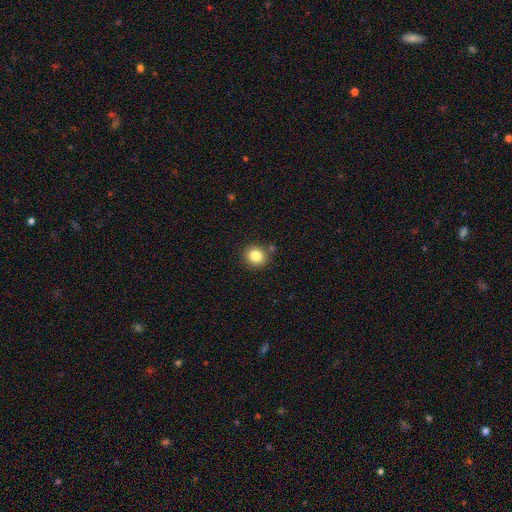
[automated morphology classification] Q: Smooth or featured?
A: smooth (84%); runner-up: star or artifact (10%)
Q: How rounded?
A: round (85%); runner-up: in between (14%)
Q: Merging?
A: none (85%); runner-up: minor disturbance (9%)